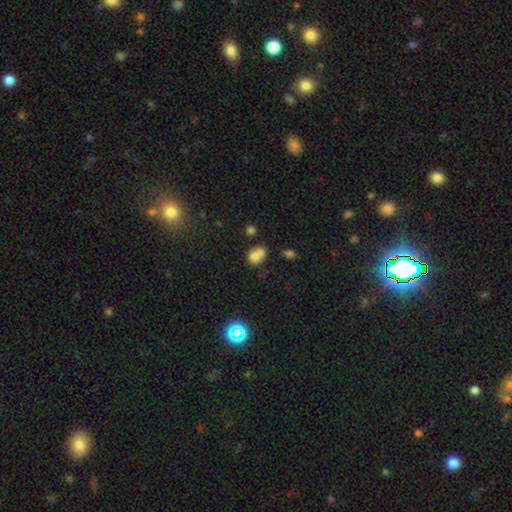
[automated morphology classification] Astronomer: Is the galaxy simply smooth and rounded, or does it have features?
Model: smooth — 70%.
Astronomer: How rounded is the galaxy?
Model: round — 52% (runner-up: in between, 47%).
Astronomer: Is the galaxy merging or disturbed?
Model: merger — 53% (runner-up: none, 30%).